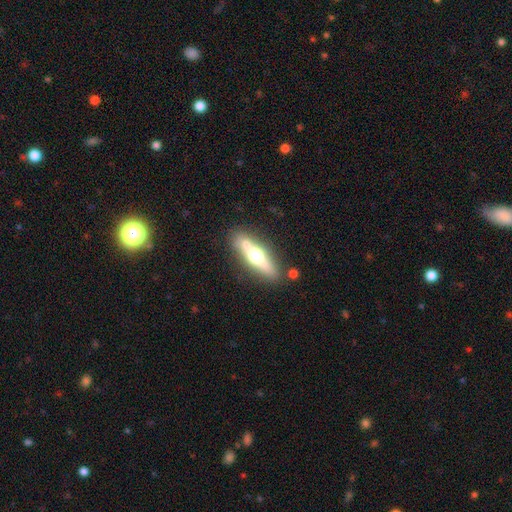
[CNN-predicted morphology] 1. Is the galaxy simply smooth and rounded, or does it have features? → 53% featured or disk, 41% smooth, 7% star or artifact.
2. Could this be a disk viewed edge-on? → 81% yes, 19% no.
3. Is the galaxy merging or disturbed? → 75% none, 13% minor disturbance, 9% merger, 4% major disturbance.